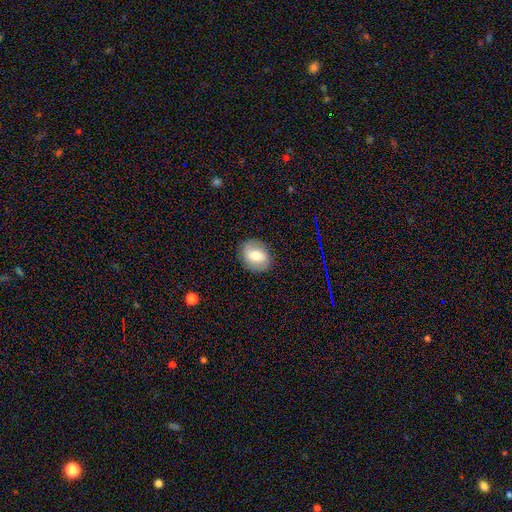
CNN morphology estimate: Smooth or featured? smooth (68%)
How rounded? in between (58%)
Merging? none (85%)